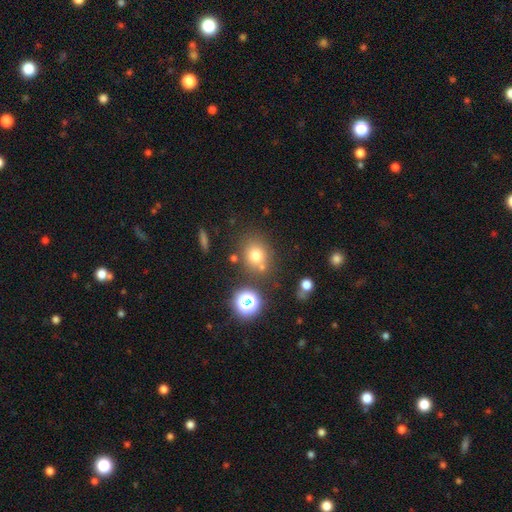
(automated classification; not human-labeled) A smooth galaxy with no disk features (73%) that is round (72%).

Vote fractions:
- Smooth or featured? smooth: 73% / star or artifact: 17% / featured or disk: 10%
- How rounded? round: 72% / in between: 26% / cigar-shaped: 1%
- Merging? none: 70% / merger: 14% / minor disturbance: 12% / major disturbance: 5%